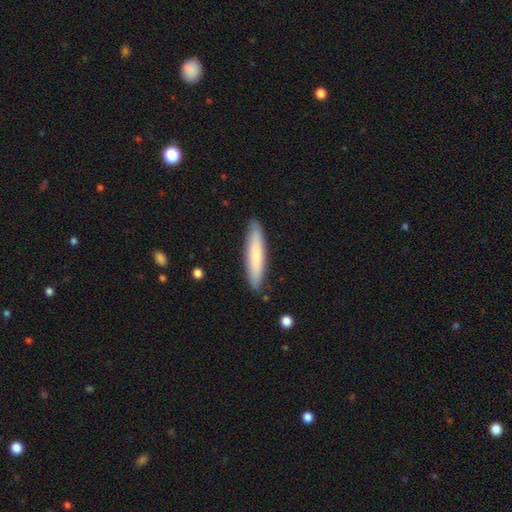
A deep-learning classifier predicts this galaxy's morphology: smooth_or_featured: smooth (p=0.73) [alt: featured or disk p=0.21]
how_rounded: cigar-shaped (p=0.85) [alt: in between p=0.13]
merging: none (p=0.88) [alt: minor disturbance p=0.09]